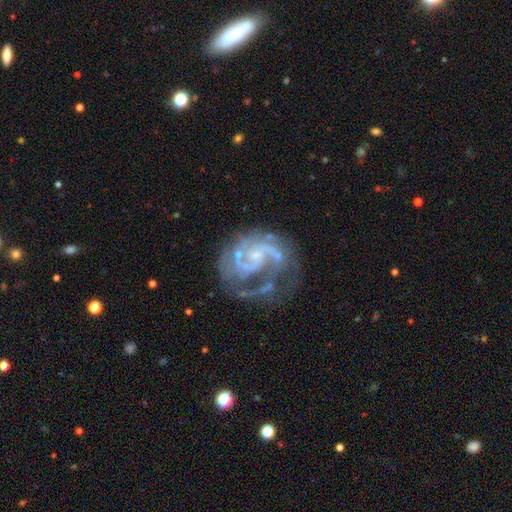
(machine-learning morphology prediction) Overall: featured or disk (88%). Edge-on disk: no (98%). Bar: no (58%; weak 34%). Spiral arms: yes (95%). Spiral arm count: 2 (52%; can't tell 15%). Spiral winding: medium (48%; tight 35%). Bulge size: small (68%). Merging: none (46%; major disturbance 29%).